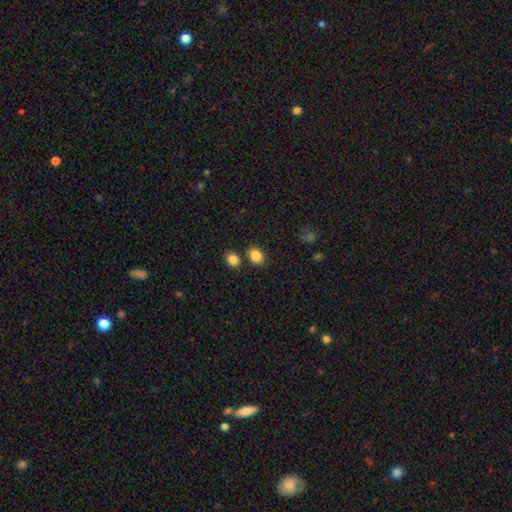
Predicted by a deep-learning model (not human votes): Q: Smooth or featured?
A: smooth (86%); runner-up: star or artifact (9%)
Q: How rounded?
A: in between (60%); runner-up: round (39%)
Q: Merging?
A: none (73%); runner-up: merger (13%)